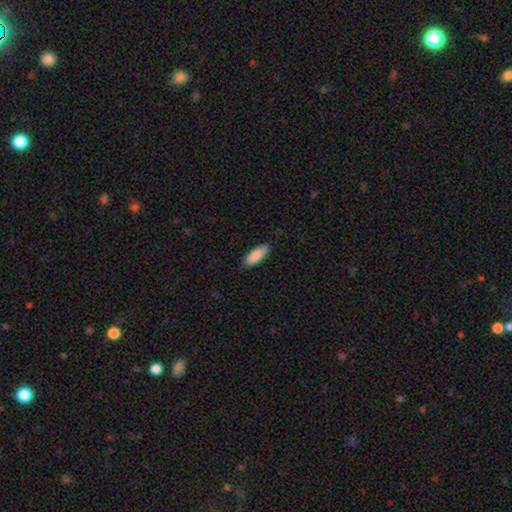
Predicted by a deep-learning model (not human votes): Smooth or featured? smooth (89%)
How rounded? in between (69%)
Merging? none (84%)